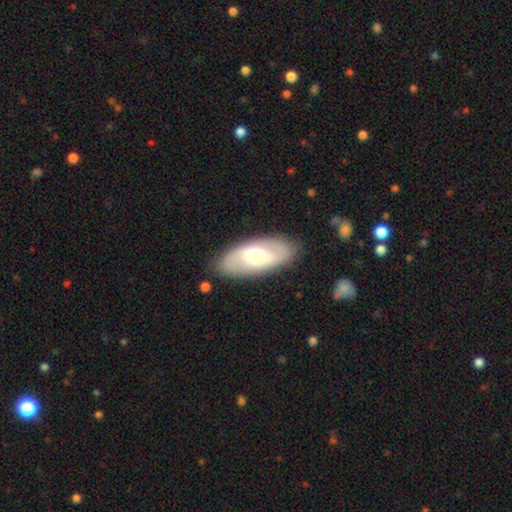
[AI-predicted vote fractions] smooth-or-featured: featured or disk: 50% | smooth: 45% | star or artifact: 5%
  merging: none: 84% | minor disturbance: 11% | major disturbance: 3% | merger: 2%